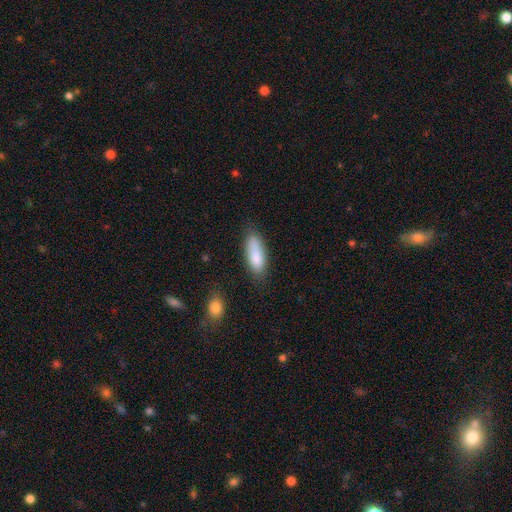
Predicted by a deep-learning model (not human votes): A smooth galaxy with no disk features (85%) that is in between round and cigar-shaped (66%). Merging: none (75%).